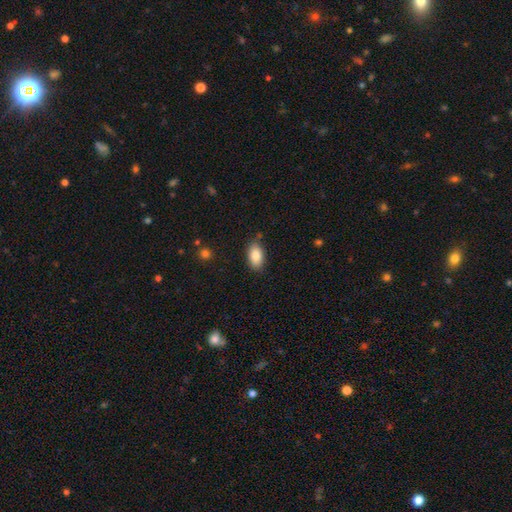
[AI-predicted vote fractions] Overall: smooth (87%). How rounded: in between (93%). Merging: none (80%).